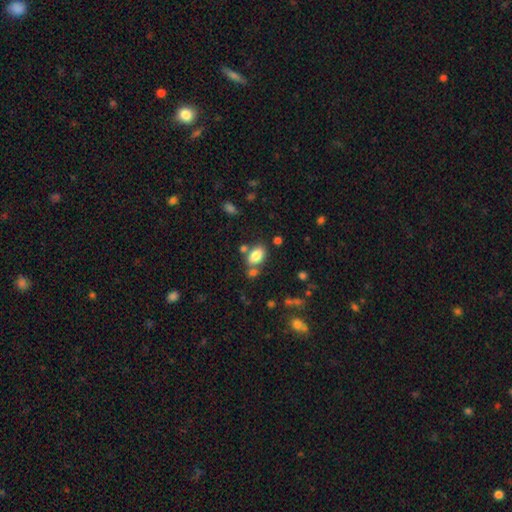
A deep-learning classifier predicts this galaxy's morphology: This appears to be a smooth galaxy with no disk features (83%) that is in between round and cigar-shaped (88%). Merging: none (65%).